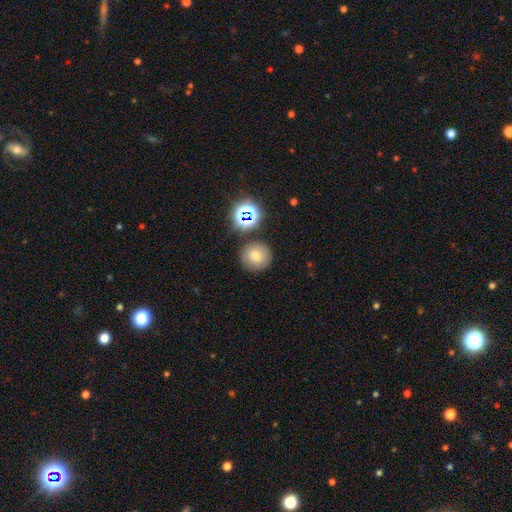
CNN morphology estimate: Smooth or featured? smooth (61%)
How rounded? round (89%)
Merging? none (82%)